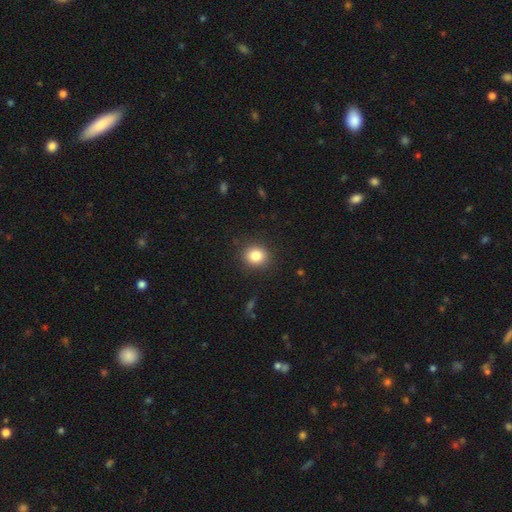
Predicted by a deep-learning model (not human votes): smooth-or-featured: smooth: 84% | star or artifact: 10% | featured or disk: 6%
  how-rounded: round: 76% | in between: 23% | cigar-shaped: 1%
  merging: none: 89% | minor disturbance: 8% | major disturbance: 3% | merger: 1%